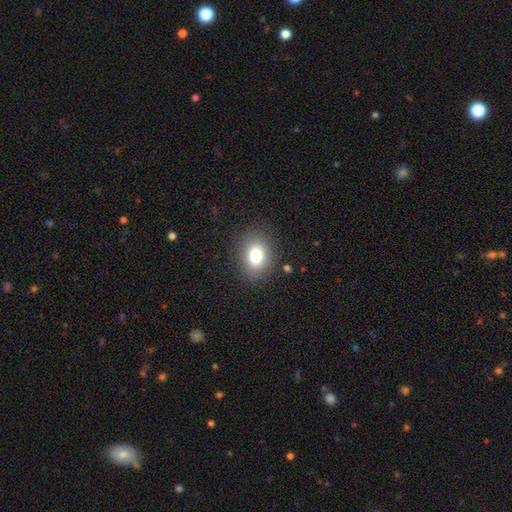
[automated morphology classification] This is clearly a smooth galaxy (81%). How rounded: likely in between (72%). Merging: clearly none (84%).